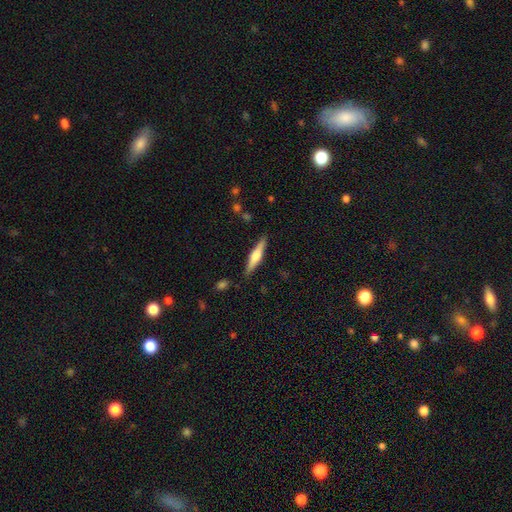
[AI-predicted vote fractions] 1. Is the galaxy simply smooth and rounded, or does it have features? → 58% featured or disk, 37% smooth, 6% star or artifact.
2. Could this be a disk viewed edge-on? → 97% yes, 3% no.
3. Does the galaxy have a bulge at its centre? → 87% rounded, 9% boxy, 4% none.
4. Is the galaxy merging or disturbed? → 88% none, 8% minor disturbance, 2% major disturbance, 2% merger.